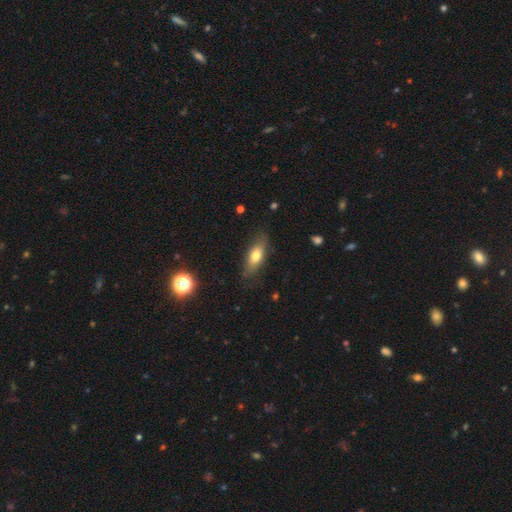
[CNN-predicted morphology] Smooth or featured: smooth — 70% (featured or disk — 23%)
How rounded: in between — 70% (cigar-shaped — 26%)
Merging: none — 79% (minor disturbance — 16%)